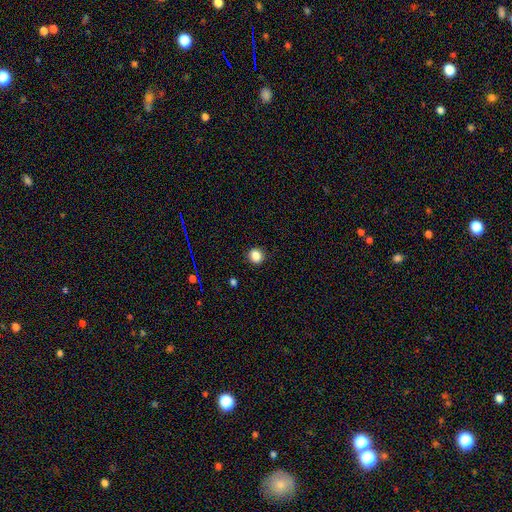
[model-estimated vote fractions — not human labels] Smooth or featured?
  - smooth: 84% *
  - star or artifact: 12%
  - featured or disk: 4%
How rounded?
  - round: 85% *
  - in between: 14%
  - cigar-shaped: 1%
Merging?
  - none: 90% *
  - minor disturbance: 7%
  - major disturbance: 2%
  - merger: 1%